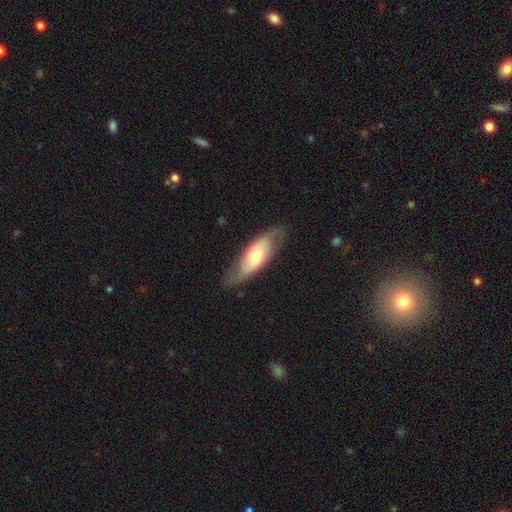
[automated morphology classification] Q: Smooth or featured?
A: featured or disk (51%); runner-up: smooth (44%)
Q: Edge-on disk?
A: no (76%); runner-up: yes (24%)
Q: Merging?
A: none (71%); runner-up: minor disturbance (20%)